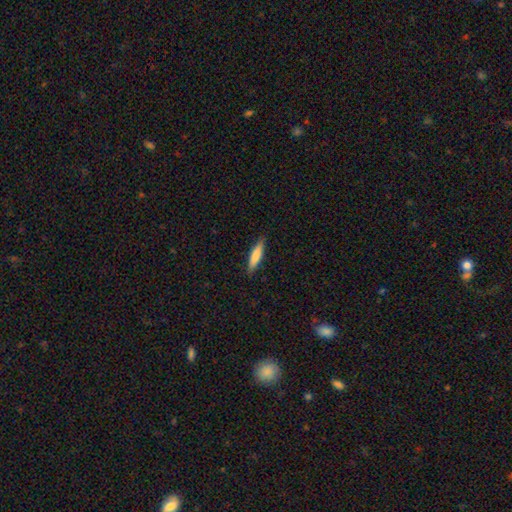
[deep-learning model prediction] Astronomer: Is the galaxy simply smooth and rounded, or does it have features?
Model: smooth — 74%.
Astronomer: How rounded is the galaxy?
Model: cigar-shaped — 79%.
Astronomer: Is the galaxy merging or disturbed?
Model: none — 88%.